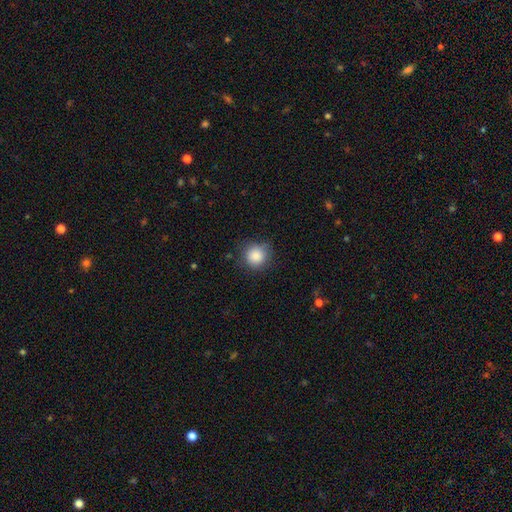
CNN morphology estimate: Smooth or featured: smooth — 86% (star or artifact — 9%)
How rounded: round — 91% (in between — 8%)
Merging: none — 78% (minor disturbance — 17%)